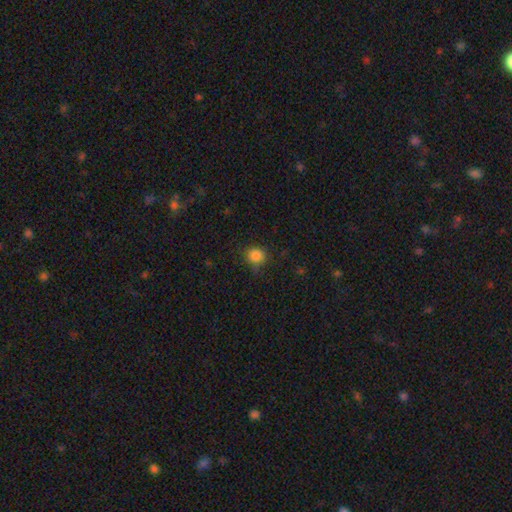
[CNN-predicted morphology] This appears to be a smooth galaxy with no disk features (84%) that is round (87%). Merging: none (77%).